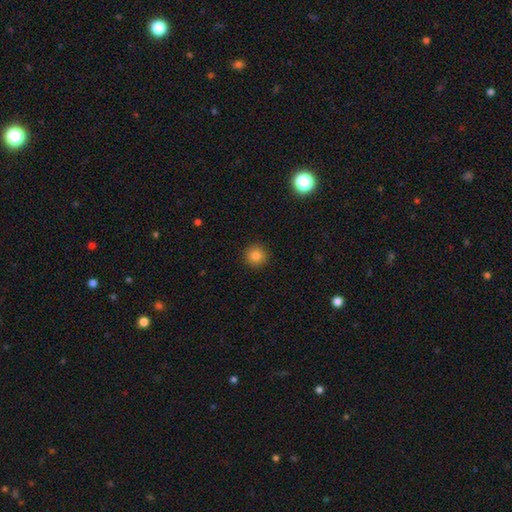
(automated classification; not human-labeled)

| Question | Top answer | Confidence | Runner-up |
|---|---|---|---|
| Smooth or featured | smooth | 83% | star or artifact (11%) |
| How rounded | round | 95% | in between (4%) |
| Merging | none | 92% | minor disturbance (5%) |